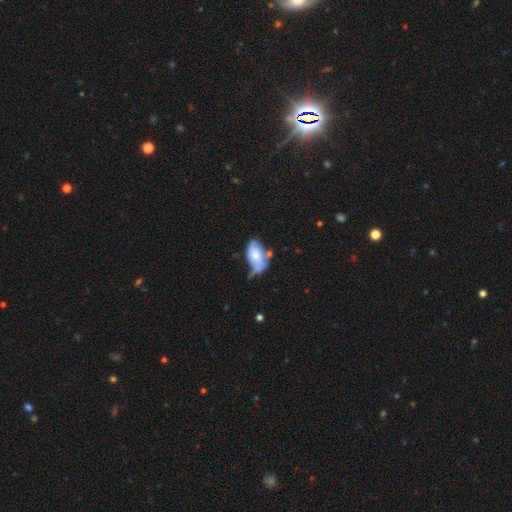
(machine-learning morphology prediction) smooth-or-featured: smooth: 67% | featured or disk: 26% | star or artifact: 7%
  how-rounded: in between: 93% | round: 4% | cigar-shaped: 3%
  merging: minor disturbance: 34% | none: 29% | merger: 19% | major disturbance: 19%